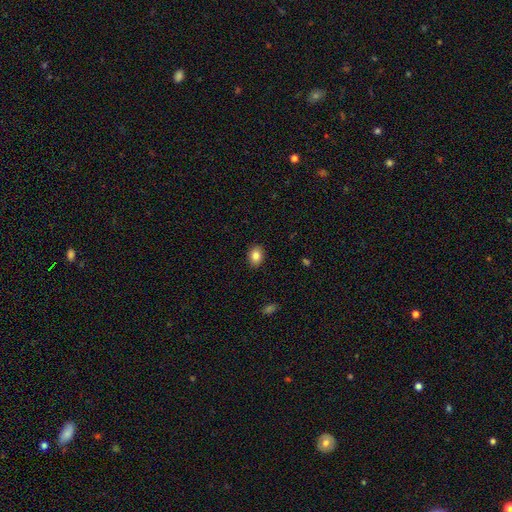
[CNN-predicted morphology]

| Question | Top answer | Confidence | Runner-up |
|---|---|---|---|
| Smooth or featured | smooth | 85% | star or artifact (9%) |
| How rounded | in between | 62% | round (37%) |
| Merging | none | 89% | minor disturbance (8%) |